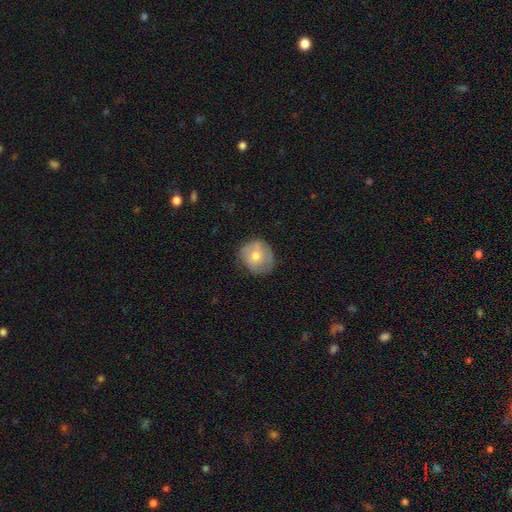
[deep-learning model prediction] Smooth or featured? Predicted: smooth (p=0.57). How rounded? Predicted: round (p=0.84). Merging? Predicted: none (p=0.72).